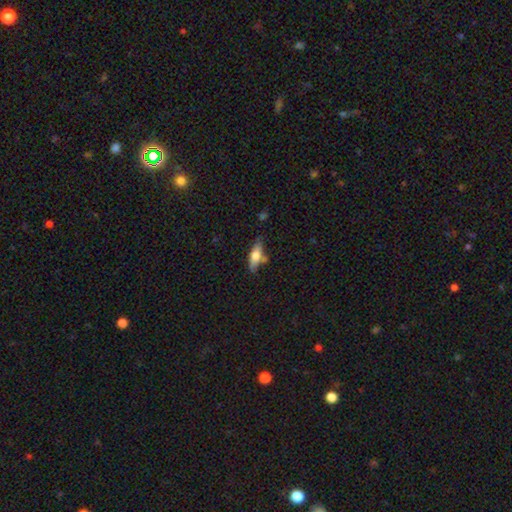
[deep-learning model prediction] Morphology: type=smooth (57%); roundness=in between (57%); merging=none (62%).